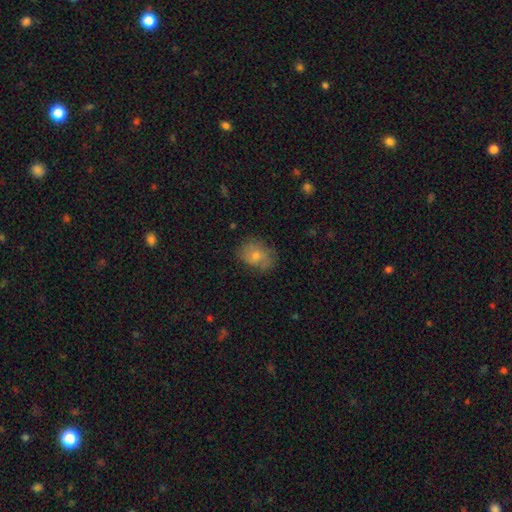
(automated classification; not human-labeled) Morphology: type=smooth (63%); roundness=in between (63%); merging=none (73%).